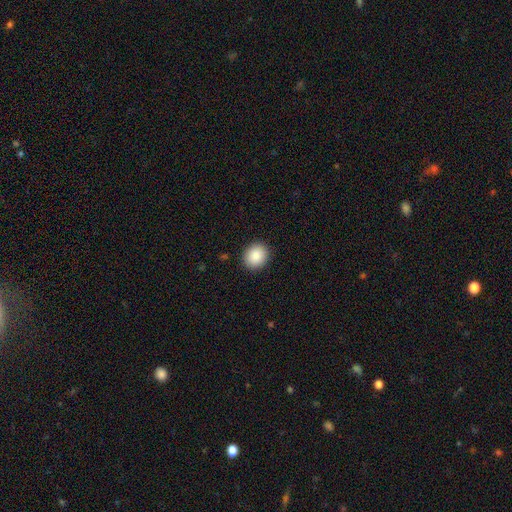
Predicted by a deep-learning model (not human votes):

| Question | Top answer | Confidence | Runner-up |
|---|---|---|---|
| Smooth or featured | smooth | 88% | star or artifact (8%) |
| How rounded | round | 67% | in between (33%) |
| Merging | none | 90% | minor disturbance (7%) |